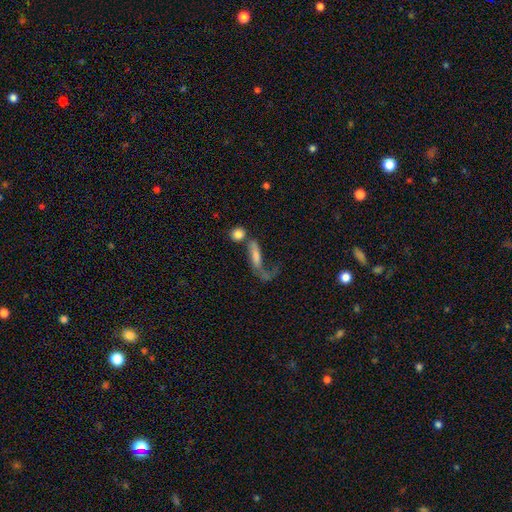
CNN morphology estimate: Smooth or featured: smooth — 60% (featured or disk — 30%)
How rounded: cigar-shaped — 54% (in between — 39%)
Merging: major disturbance — 35% (merger — 27%)